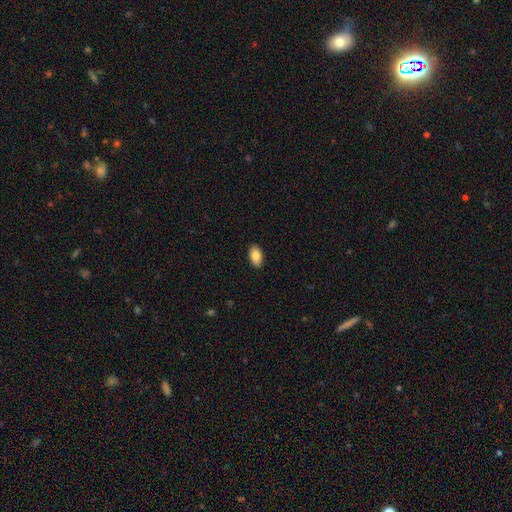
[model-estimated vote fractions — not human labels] Smooth or featured?
  - smooth: 85% *
  - featured or disk: 9%
  - star or artifact: 7%
How rounded?
  - in between: 94% *
  - round: 4%
  - cigar-shaped: 2%
Merging?
  - none: 90% *
  - minor disturbance: 8%
  - major disturbance: 2%
  - merger: 1%